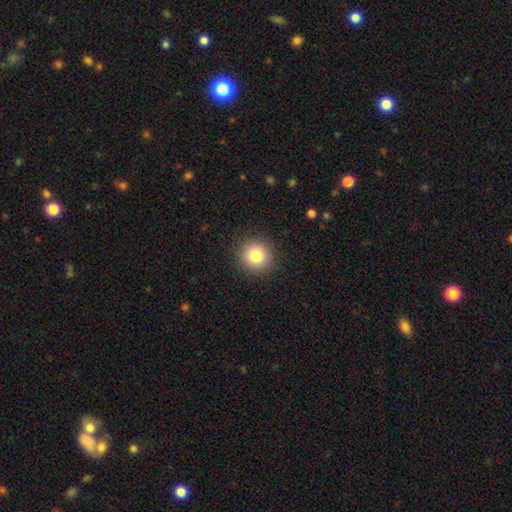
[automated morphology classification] Smooth or featured? smooth (82%)
How rounded? round (92%)
Merging? none (91%)